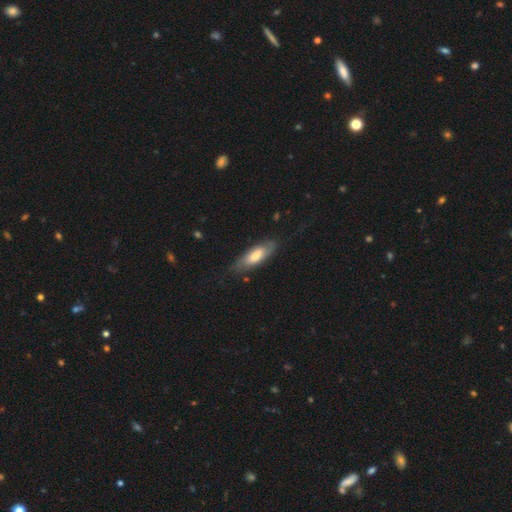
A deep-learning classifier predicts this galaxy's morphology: smooth_or_featured: smooth (p=0.63) [alt: featured or disk p=0.32]
how_rounded: in between (p=0.65) [alt: cigar-shaped p=0.34]
merging: none (p=0.73) [alt: minor disturbance p=0.19]